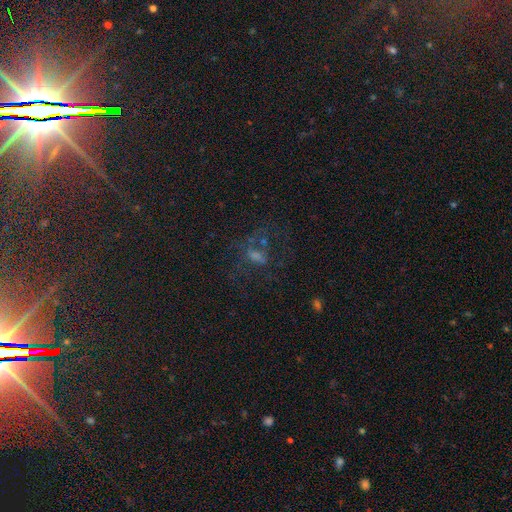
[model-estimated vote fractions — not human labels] Smooth or featured: star or artifact — 39% (featured or disk — 35%)